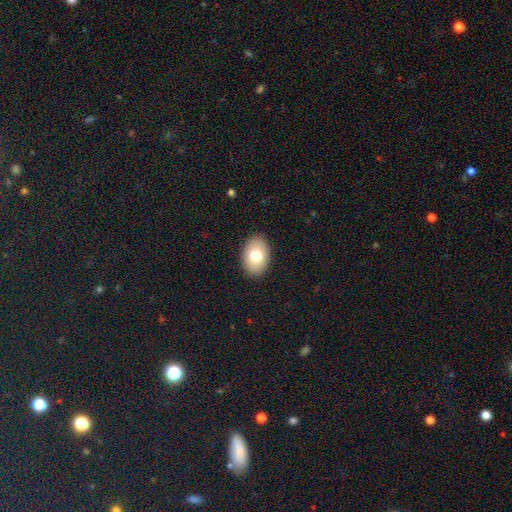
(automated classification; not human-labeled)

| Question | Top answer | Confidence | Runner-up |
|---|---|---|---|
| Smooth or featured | smooth | 77% | featured or disk (16%) |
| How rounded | in between | 86% | round (13%) |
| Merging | none | 89% | minor disturbance (8%) |